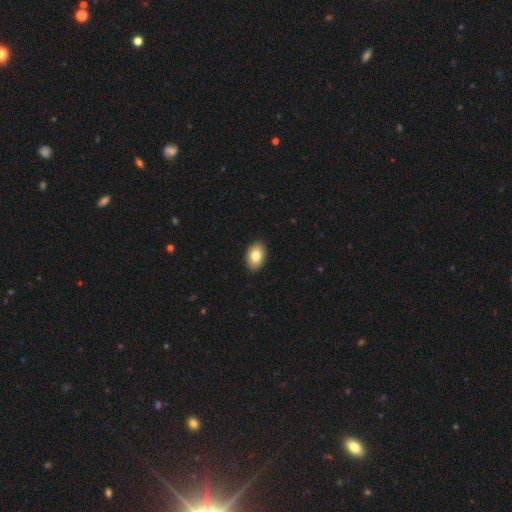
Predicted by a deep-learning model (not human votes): Overall: smooth (82%). How rounded: in between (87%). Merging: none (91%).